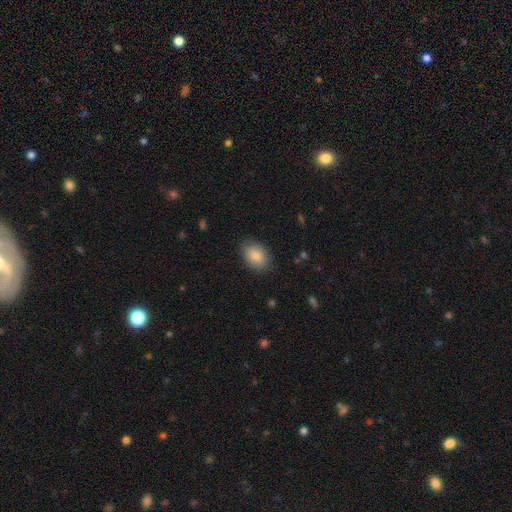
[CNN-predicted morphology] Smooth or featured?
  - smooth: 87% *
  - star or artifact: 7%
  - featured or disk: 7%
How rounded?
  - in between: 82% *
  - round: 17%
  - cigar-shaped: 1%
Merging?
  - none: 85% *
  - minor disturbance: 11%
  - major disturbance: 3%
  - merger: 1%